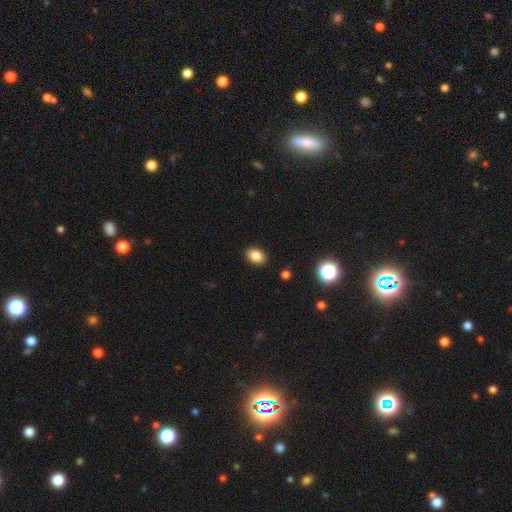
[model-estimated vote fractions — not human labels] A smooth galaxy with no disk features (85%) that is in between round and cigar-shaped (80%).

Vote fractions:
- Smooth or featured? smooth: 85% / star or artifact: 10% / featured or disk: 5%
- How rounded? in between: 80% / round: 19% / cigar-shaped: 1%
- Merging? none: 89% / minor disturbance: 7% / major disturbance: 2% / merger: 1%